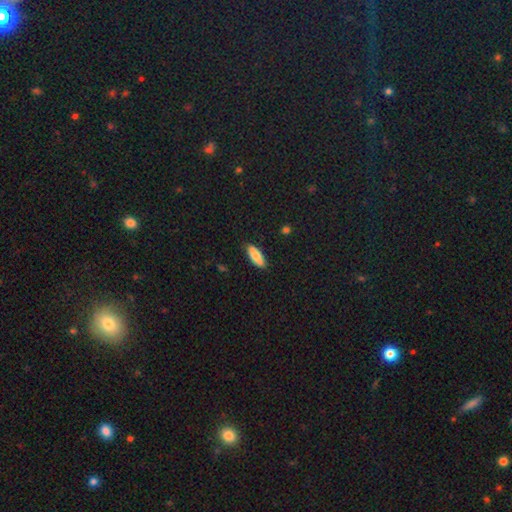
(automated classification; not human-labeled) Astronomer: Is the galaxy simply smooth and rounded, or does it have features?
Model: smooth — 81%.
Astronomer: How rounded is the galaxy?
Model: in between — 62%.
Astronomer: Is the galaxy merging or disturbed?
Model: none — 87%.